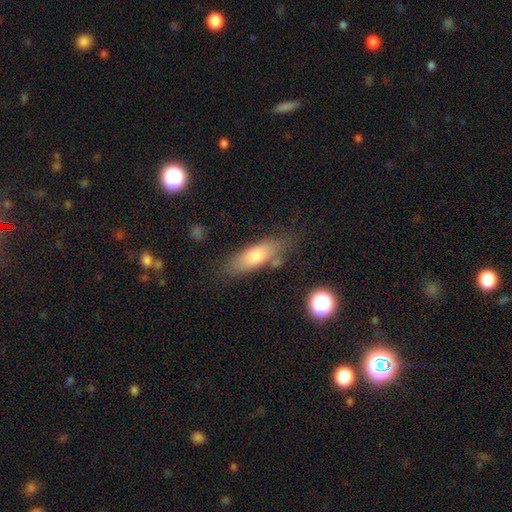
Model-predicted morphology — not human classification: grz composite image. It shows a smooth galaxy with no disk features (71%) that is in between round and cigar-shaped (60%). Merging: none (69%).